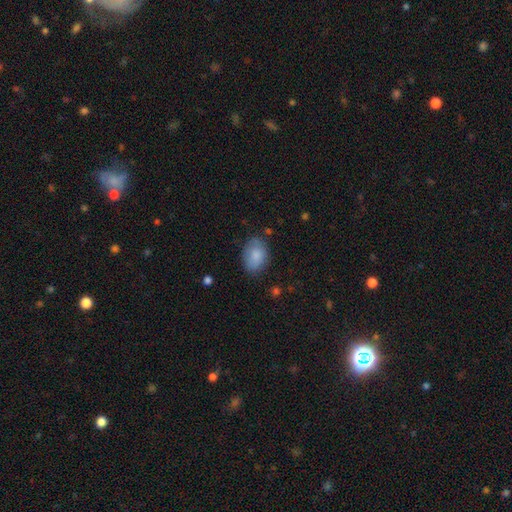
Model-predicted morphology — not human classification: A smooth galaxy with no disk features (83%) that is in between round and cigar-shaped (79%). Merging: none (74%).